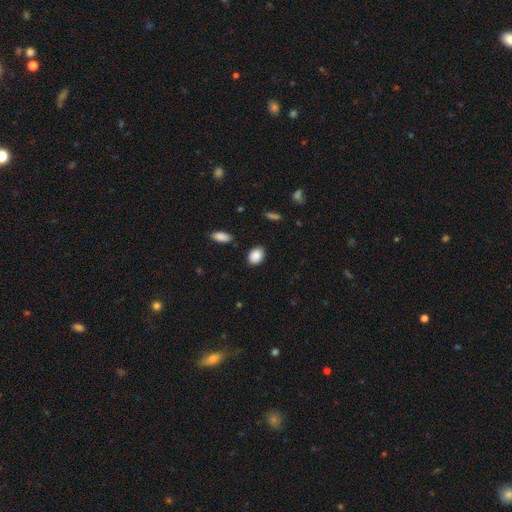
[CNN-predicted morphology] Smooth or featured? smooth (89%)
How rounded? in between (70%)
Merging? none (86%)